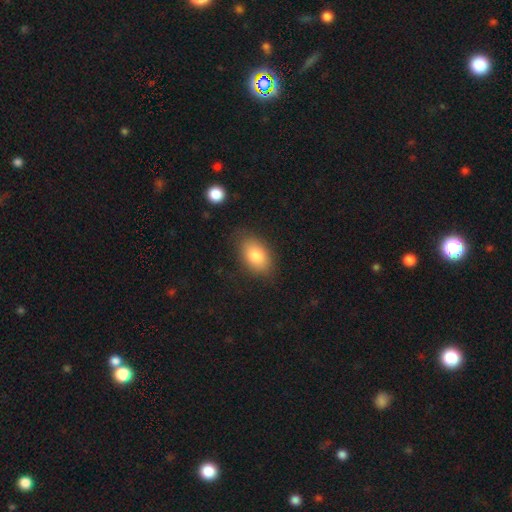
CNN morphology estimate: A smooth galaxy with no disk features (81%) that is in between round and cigar-shaped (88%). Merging: none (80%).